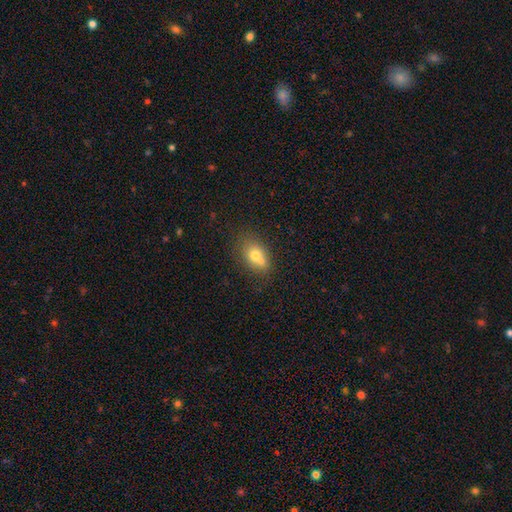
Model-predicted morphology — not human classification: Smooth or featured?
  - smooth: 70% *
  - featured or disk: 19%
  - star or artifact: 11%
How rounded?
  - in between: 66% *
  - round: 32%
  - cigar-shaped: 2%
Merging?
  - none: 45% *
  - merger: 35%
  - minor disturbance: 15%
  - major disturbance: 5%